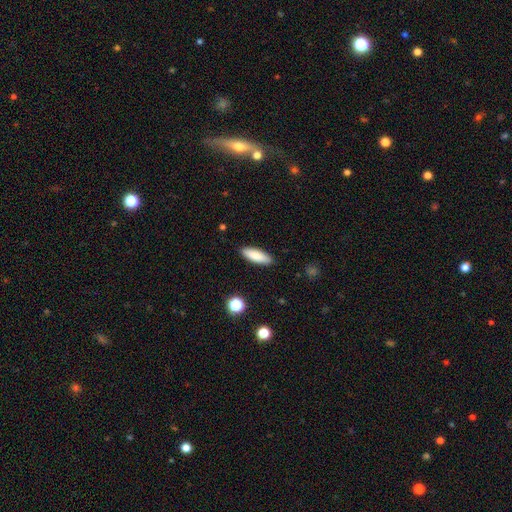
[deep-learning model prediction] Smooth or featured? smooth (85%)
How rounded? in between (58%)
Merging? none (89%)